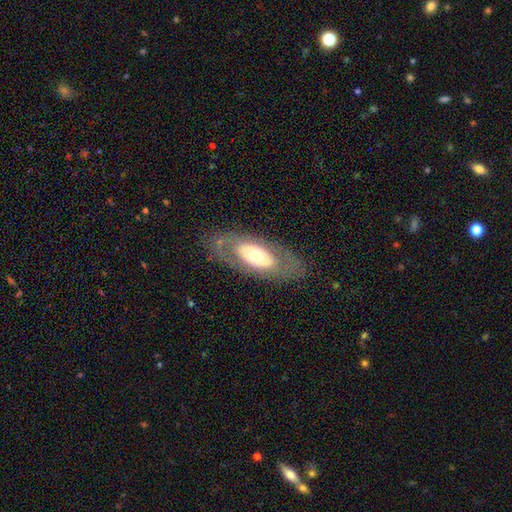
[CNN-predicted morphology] Smooth or featured? featured or disk (54%)
Edge-on disk? no (85%)
Merging? none (77%)